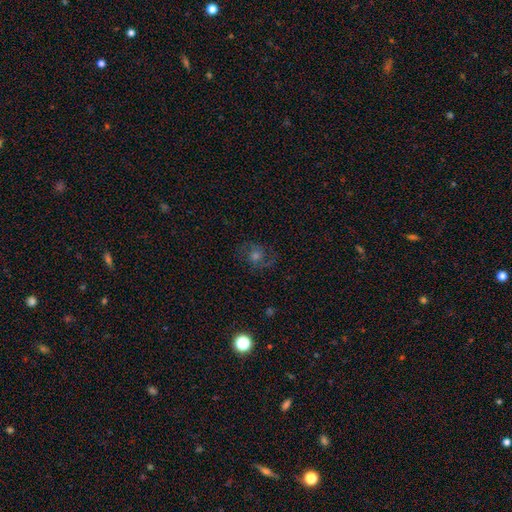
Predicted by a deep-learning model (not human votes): smooth-or-featured: featured or disk: 58% | smooth: 22% | star or artifact: 20%
  disk-edge-on: no: 97% | yes: 3%
    bar: no: 70% | weak: 26% | strong: 5%
    has-spiral-arms: yes: 90% | no: 10%
      spiral-winding: medium: 51% | tight: 28% | loose: 21%
      spiral-arm-count: 2: 72% | can't tell: 13% | 3: 5% | 1: 4% | 4: 2% | more than 4: 2%
    bulge-size: moderate: 56% | small: 27% | large: 11% | none: 4% | dominant: 2%
  merging: none: 76% | minor disturbance: 14% | major disturbance: 8% | merger: 1%